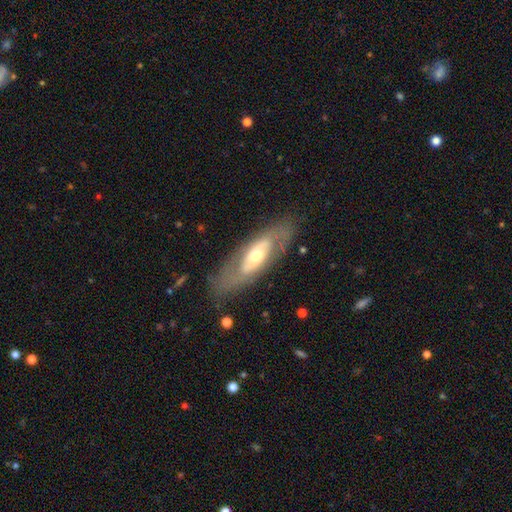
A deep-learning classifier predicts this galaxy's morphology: Smooth or featured: featured or disk — 62% (smooth — 32%)
Edge-on disk: no — 78% (yes — 22%)
Merging: none — 77% (minor disturbance — 14%)